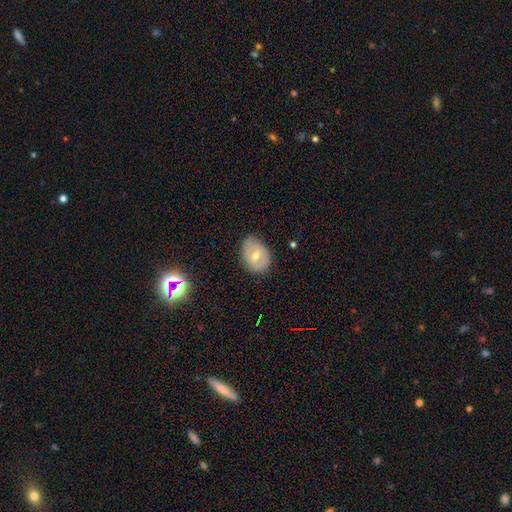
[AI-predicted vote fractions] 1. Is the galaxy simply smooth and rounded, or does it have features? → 56% smooth, 36% featured or disk, 8% star or artifact.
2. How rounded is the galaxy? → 66% in between, 33% round, 1% cigar-shaped.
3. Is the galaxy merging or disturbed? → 71% none, 23% minor disturbance, 5% major disturbance, 1% merger.